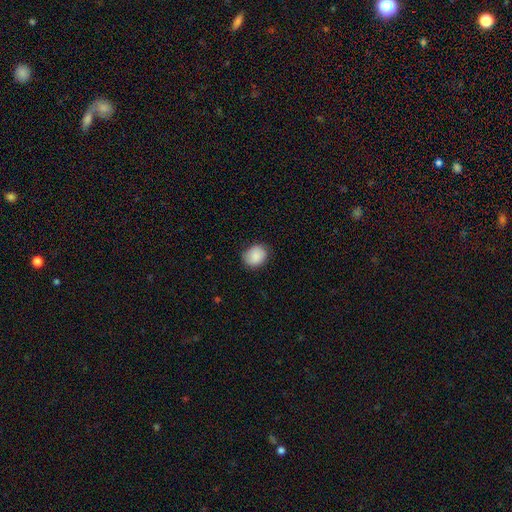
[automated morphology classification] A smooth galaxy with no disk features (85%) that is round (62%).

Vote fractions:
- Smooth or featured? smooth: 85% / featured or disk: 7% / star or artifact: 7%
- How rounded? round: 62% / in between: 37% / cigar-shaped: 1%
- Merging? none: 78% / minor disturbance: 17% / major disturbance: 4% / merger: 1%